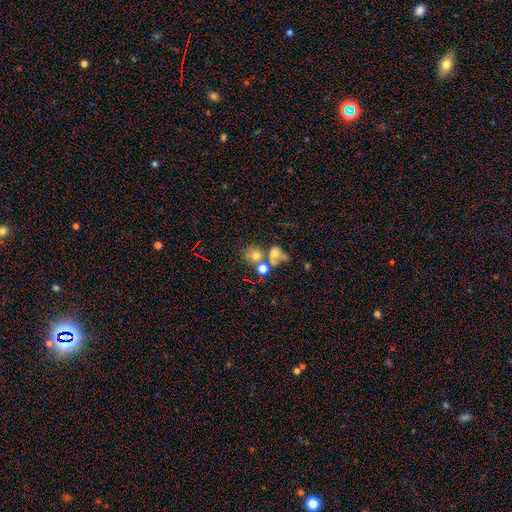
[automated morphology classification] Overall: smooth (65%). How rounded: round (74%). Merging: merger (49%; none 34%).